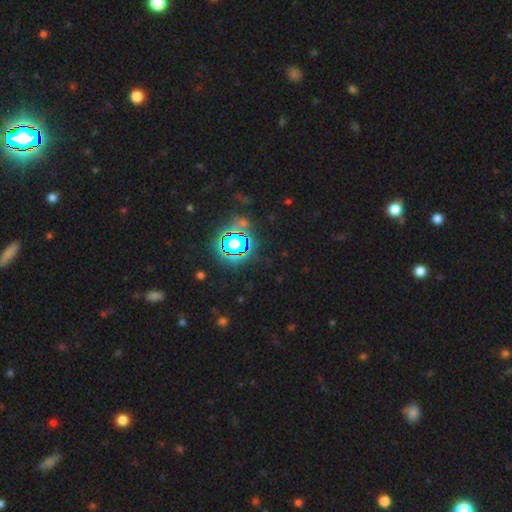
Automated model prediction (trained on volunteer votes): Smooth or featured? star or artifact (78%)